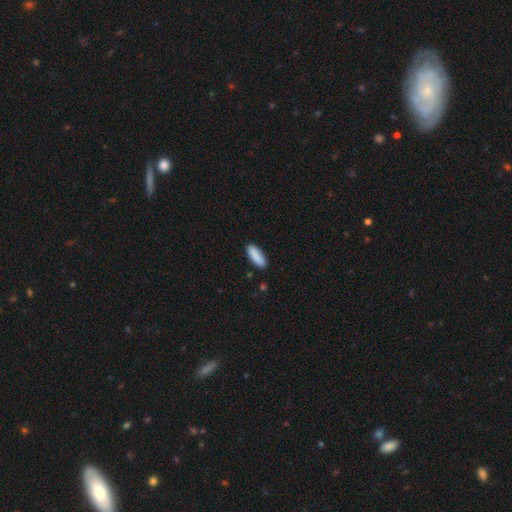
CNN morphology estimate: This appears to be a smooth galaxy with no disk features (90%) that is in between round and cigar-shaped (64%). Merging: none (88%).